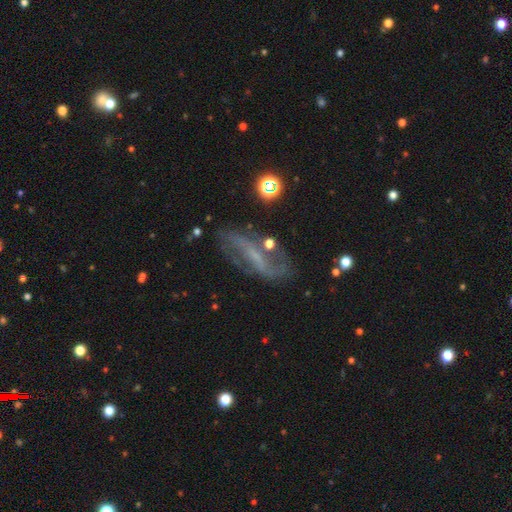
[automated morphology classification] Smooth or featured: featured or disk — 71% (smooth — 19%)
Edge-on disk: no — 80% (yes — 20%)
Bar: strong — 41% (weak — 35%)
Spiral arms: yes — 76% (no — 24%)
Bulge size: small — 51% (none — 32%)
Merging: none — 63% (minor disturbance — 20%)